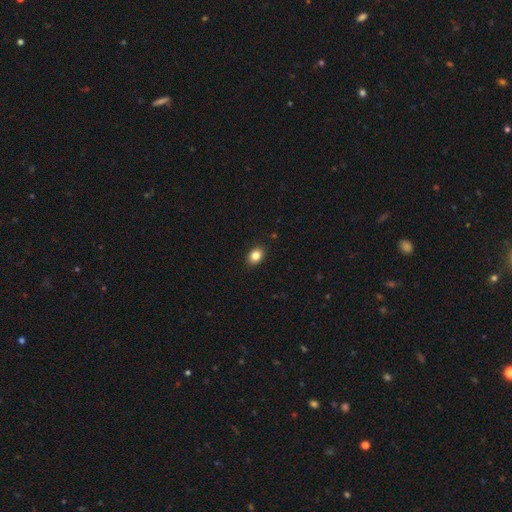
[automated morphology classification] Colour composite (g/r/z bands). It shows a smooth galaxy with no disk features (84%) that is in between round and cigar-shaped (63%). Merging: none (90%).